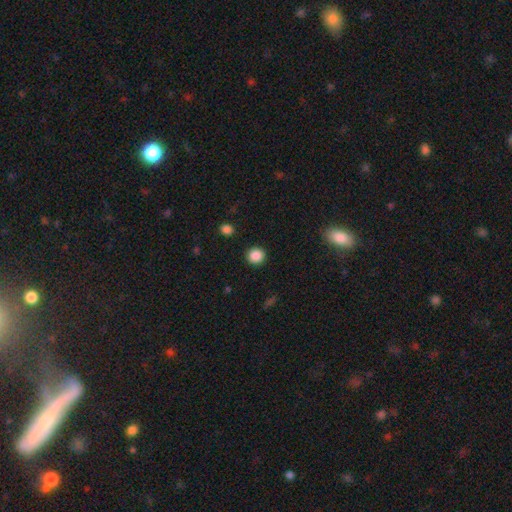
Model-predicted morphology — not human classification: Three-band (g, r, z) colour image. It shows a smooth galaxy with no disk features (87%) that is round (92%). Merging: none (92%).